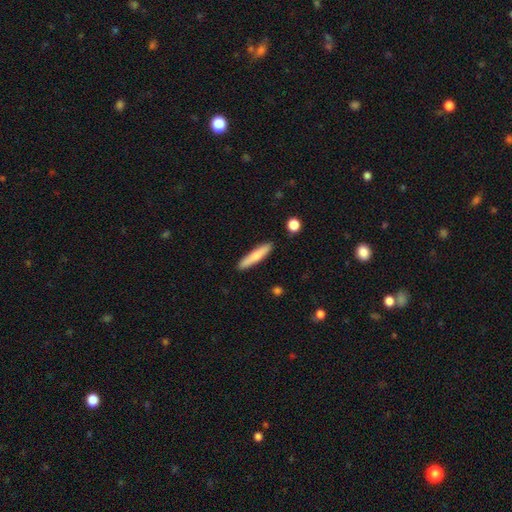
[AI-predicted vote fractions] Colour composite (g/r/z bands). It shows a smooth galaxy with no disk features (73%) that is cigar-shaped (88%). Merging: none (88%).